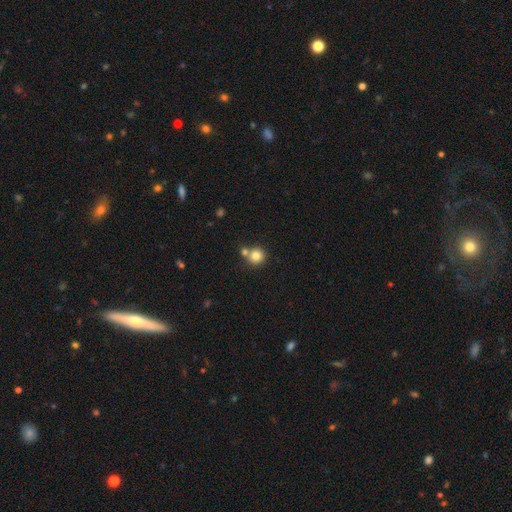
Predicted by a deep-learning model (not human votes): Morphology: type=smooth (81%); roundness=round (92%); merging=none (61%).